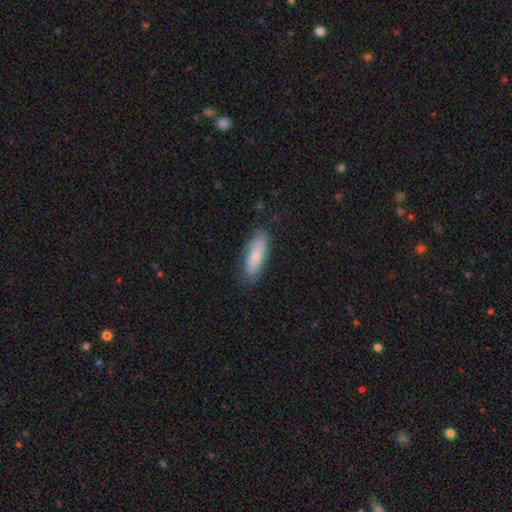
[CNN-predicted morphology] Smooth or featured? Predicted: smooth (p=0.76). How rounded? Predicted: in between (p=0.64). Merging? Predicted: none (p=0.77).